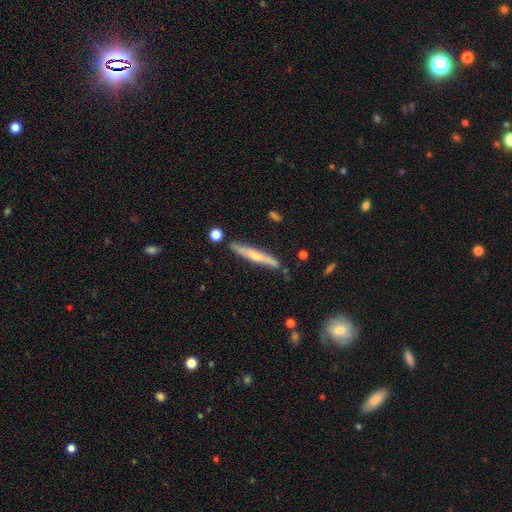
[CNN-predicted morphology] smooth_or_featured: featured or disk (p=0.50) [alt: smooth p=0.44]
disk_edge_on: yes (p=0.91) [alt: no p=0.09]
merging: none (p=0.80) [alt: minor disturbance p=0.14]